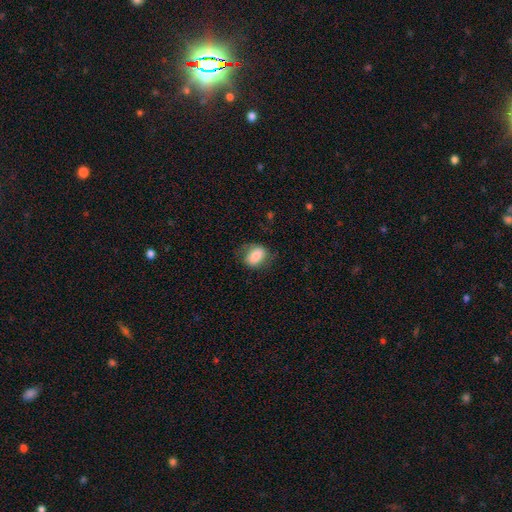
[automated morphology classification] Smooth or featured?
  - smooth: 73% *
  - featured or disk: 19%
  - star or artifact: 8%
How rounded?
  - in between: 71% *
  - round: 28%
  - cigar-shaped: 1%
Merging?
  - none: 65% *
  - minor disturbance: 22%
  - major disturbance: 11%
  - merger: 1%